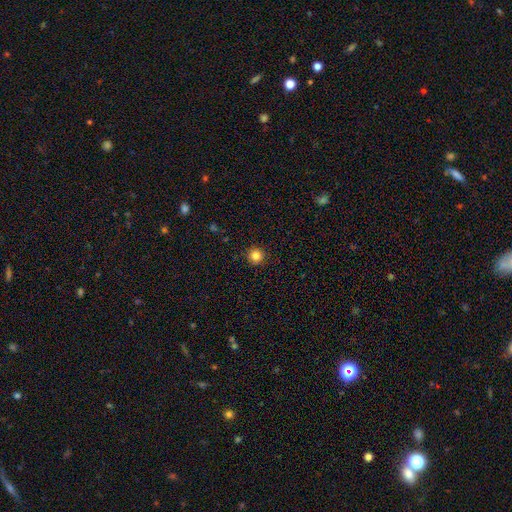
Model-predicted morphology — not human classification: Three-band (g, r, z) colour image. It shows a smooth galaxy with no disk features (85%) that is round (95%). Merging: none (92%).